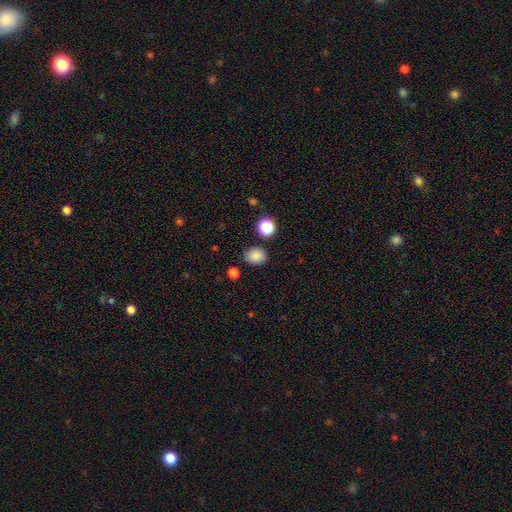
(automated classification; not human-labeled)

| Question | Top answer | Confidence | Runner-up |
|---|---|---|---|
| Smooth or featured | smooth | 84% | star or artifact (12%) |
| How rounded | in between | 57% | round (42%) |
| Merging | none | 83% | minor disturbance (11%) |